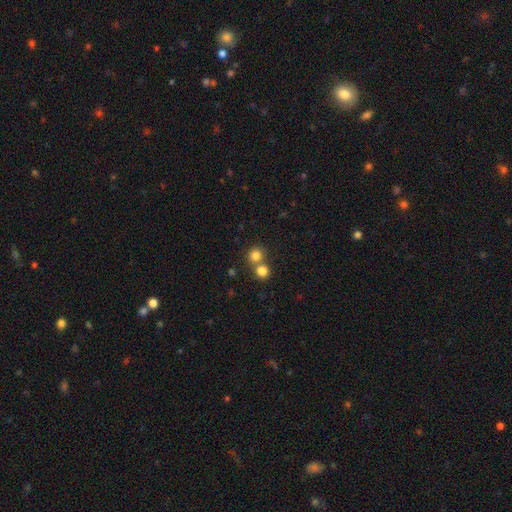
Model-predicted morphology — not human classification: type=smooth (80%); roundness=round (90%); merging=none (56%).